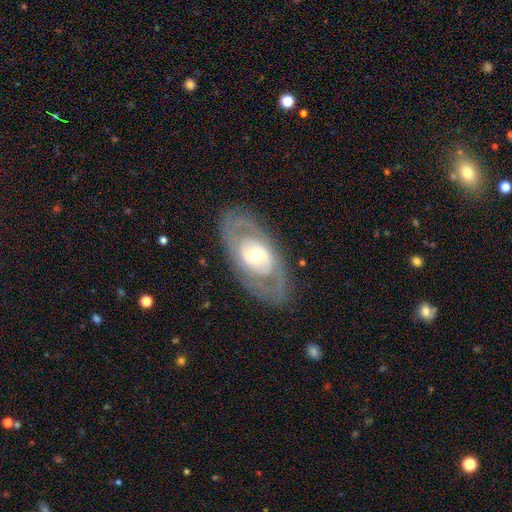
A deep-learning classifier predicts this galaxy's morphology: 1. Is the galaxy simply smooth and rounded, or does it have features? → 73% featured or disk, 21% smooth, 5% star or artifact.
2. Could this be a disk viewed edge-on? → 90% no, 10% yes.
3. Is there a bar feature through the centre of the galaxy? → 77% no, 16% weak, 7% strong.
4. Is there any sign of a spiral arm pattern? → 58% no, 42% yes.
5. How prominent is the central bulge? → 66% moderate, 20% small, 11% large, 1% dominant, 1% none.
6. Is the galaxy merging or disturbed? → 81% none, 12% minor disturbance, 7% major disturbance, 1% merger.